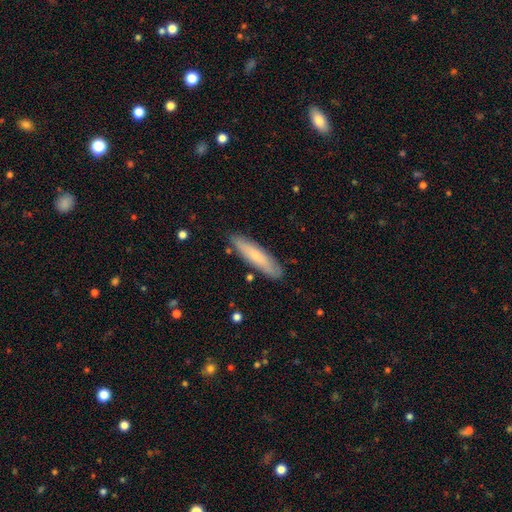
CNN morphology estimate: smooth-or-featured: smooth: 62% | featured or disk: 32% | star or artifact: 6%
  how-rounded: cigar-shaped: 81% | in between: 18% | round: 1%
  merging: none: 85% | minor disturbance: 11% | major disturbance: 2% | merger: 2%